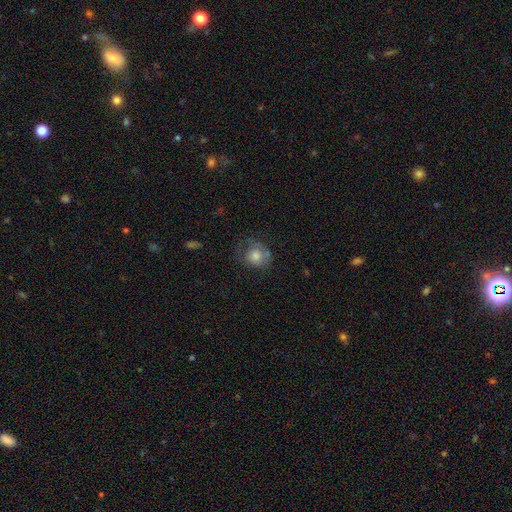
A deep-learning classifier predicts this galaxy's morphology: Q: Smooth or featured?
A: smooth (64%); runner-up: featured or disk (26%)
Q: How rounded?
A: round (73%); runner-up: in between (26%)
Q: Merging?
A: none (54%); runner-up: minor disturbance (26%)